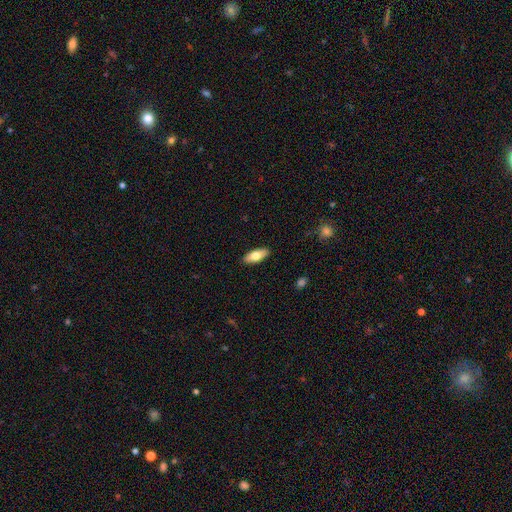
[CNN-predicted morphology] Overall: smooth (72%). How rounded: in between (77%). Merging: none (90%).